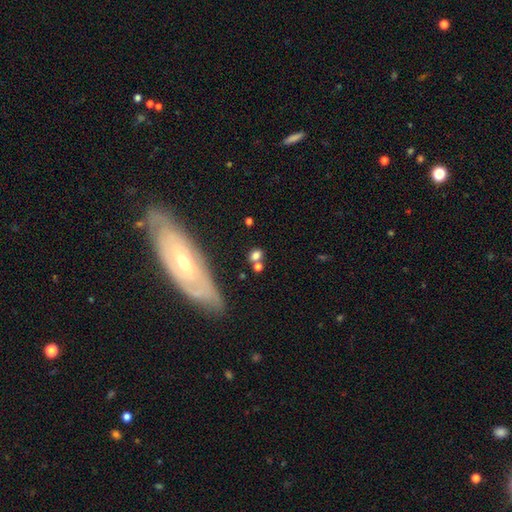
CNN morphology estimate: This appears to be a smooth galaxy with no disk features (72%) that is in between round and cigar-shaped (53%). Merging: none (61%).